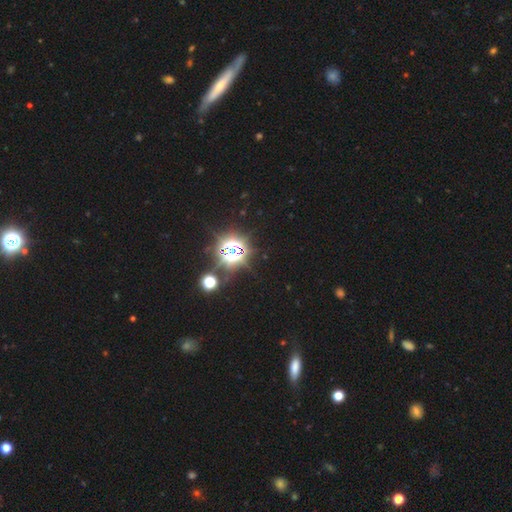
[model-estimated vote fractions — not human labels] Q: Smooth or featured?
A: star or artifact (76%); runner-up: smooth (16%)